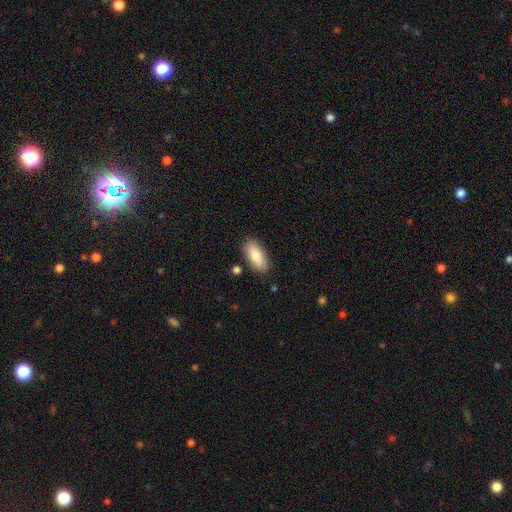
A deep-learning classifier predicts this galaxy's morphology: Smooth or featured?
  - smooth: 80% *
  - featured or disk: 14%
  - star or artifact: 6%
How rounded?
  - in between: 84% *
  - cigar-shaped: 14%
  - round: 2%
Merging?
  - none: 85% *
  - minor disturbance: 10%
  - merger: 3%
  - major disturbance: 2%